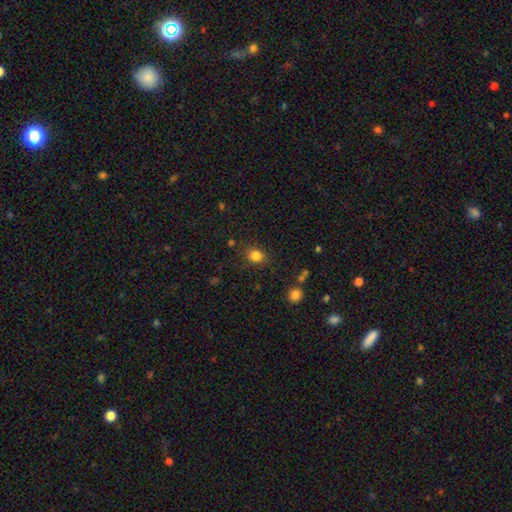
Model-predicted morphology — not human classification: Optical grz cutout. It shows a smooth galaxy with no disk features (83%) that is round (68%). Merging: none (84%).